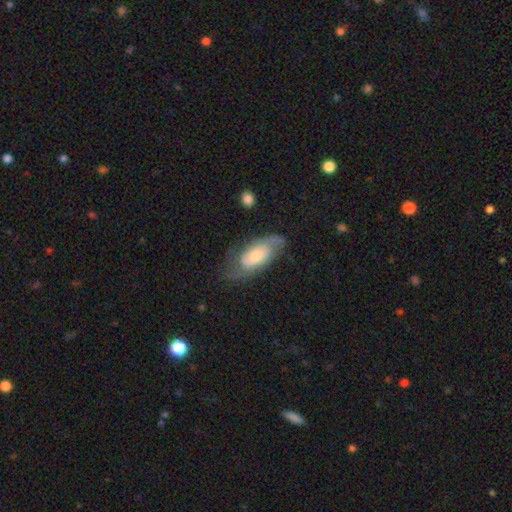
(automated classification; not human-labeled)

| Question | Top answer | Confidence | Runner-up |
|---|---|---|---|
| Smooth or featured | featured or disk | 70% | smooth (24%) |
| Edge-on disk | no | 92% | yes (8%) |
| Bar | no | 66% | weak (28%) |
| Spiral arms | yes | 90% | no (10%) |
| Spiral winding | medium | 44% | tight (34%) |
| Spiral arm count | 2 | 72% | can't tell (17%) |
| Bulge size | moderate | 51% | small (31%) |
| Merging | none | 65% | minor disturbance (22%) |